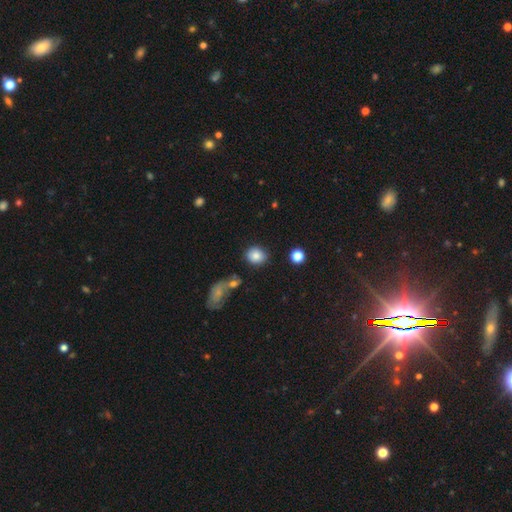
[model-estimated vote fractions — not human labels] This is clearly a smooth galaxy (83%). How rounded: likely round (69%). Merging: clearly none (81%).